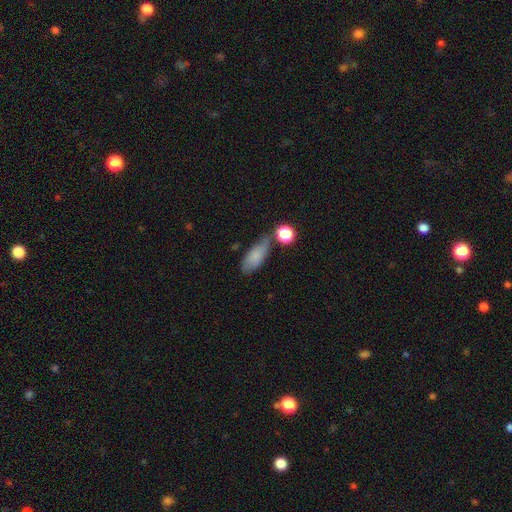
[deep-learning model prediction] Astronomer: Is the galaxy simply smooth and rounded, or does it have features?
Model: smooth — 76%.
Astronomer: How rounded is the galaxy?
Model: in between — 79%.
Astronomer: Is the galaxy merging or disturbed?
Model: none — 56%.